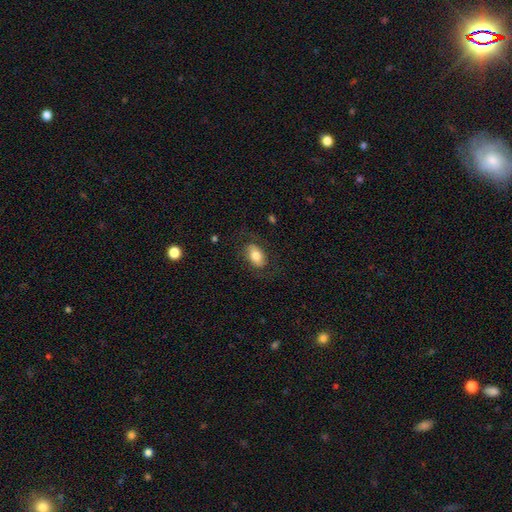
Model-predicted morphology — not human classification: Smooth or featured? smooth (68%)
How rounded? in between (85%)
Merging? none (71%)